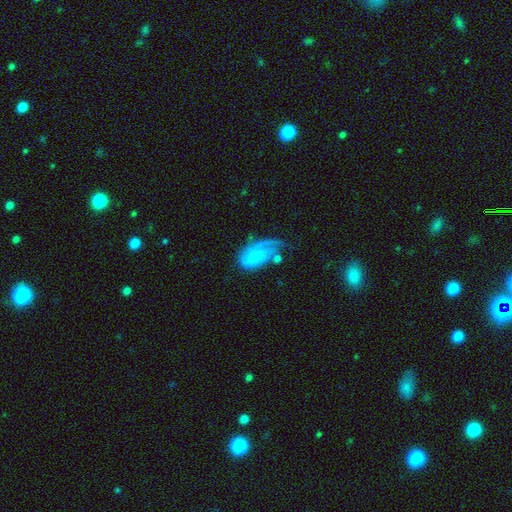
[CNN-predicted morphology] Smooth or featured? Predicted: featured or disk (p=0.51). Edge-on disk? Predicted: no (p=0.95). Merging? Predicted: major disturbance (p=0.32).